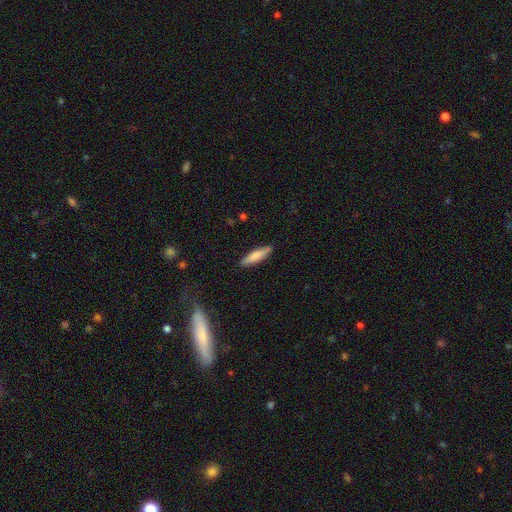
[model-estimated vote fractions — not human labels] smooth-or-featured: smooth: 77% | featured or disk: 17% | star or artifact: 5%
  how-rounded: cigar-shaped: 74% | in between: 25% | round: 1%
  merging: none: 87% | minor disturbance: 10% | major disturbance: 2% | merger: 1%